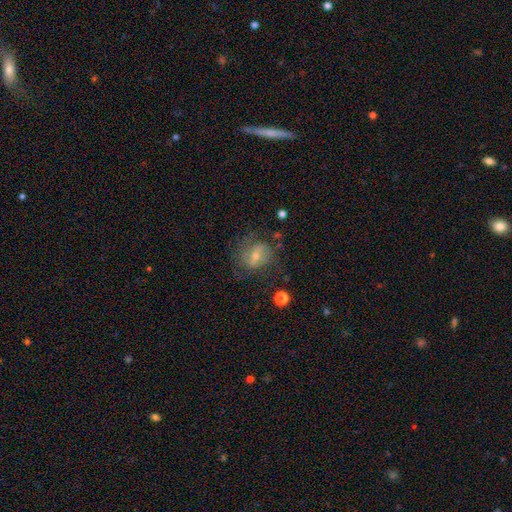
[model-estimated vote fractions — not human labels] featured or disk 48%, smooth 42%, star or artifact 10%. Down the decision tree: merging — none (56%).